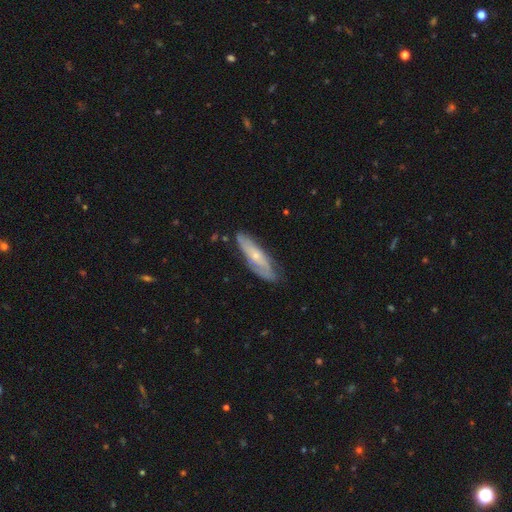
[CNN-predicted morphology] Smooth or featured? featured or disk (59%)
Edge-on disk? no (65%)
Merging? none (72%)